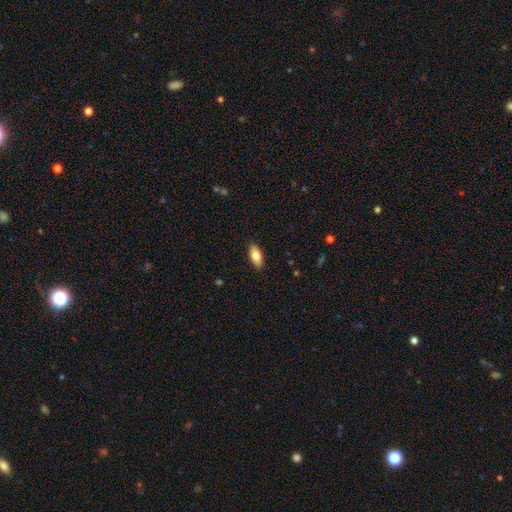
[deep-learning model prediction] Smooth or featured? Predicted: smooth (p=0.79). How rounded? Predicted: in between (p=0.83). Merging? Predicted: none (p=0.89).